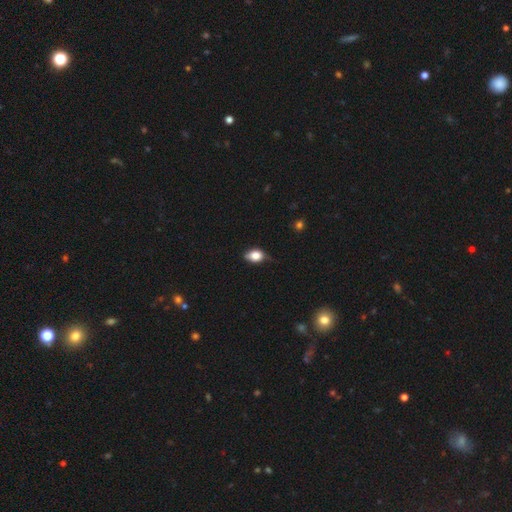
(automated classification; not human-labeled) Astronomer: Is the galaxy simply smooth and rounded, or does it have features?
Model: smooth — 78%.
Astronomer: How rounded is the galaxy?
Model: in between — 76%.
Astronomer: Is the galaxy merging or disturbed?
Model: none — 60%.